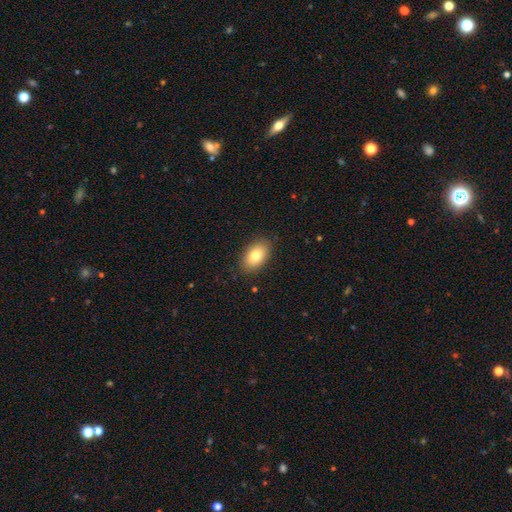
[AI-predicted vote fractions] smooth-or-featured: smooth: 80% | featured or disk: 12% | star or artifact: 8%
  how-rounded: in between: 90% | round: 9% | cigar-shaped: 2%
  merging: none: 87% | minor disturbance: 10% | major disturbance: 2% | merger: 1%